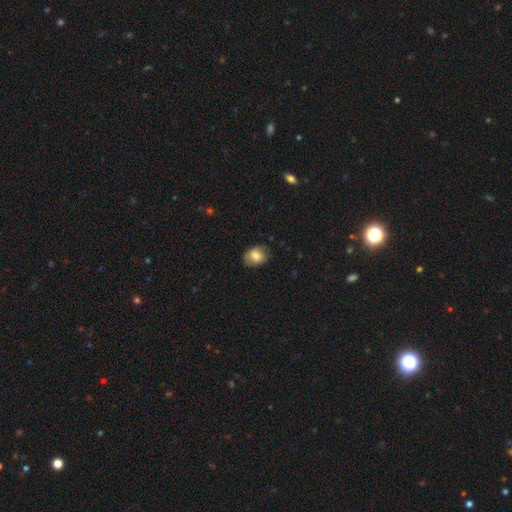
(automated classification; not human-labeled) Smooth or featured: smooth — 77% (featured or disk — 15%)
How rounded: in between — 63% (round — 36%)
Merging: none — 76% (minor disturbance — 19%)